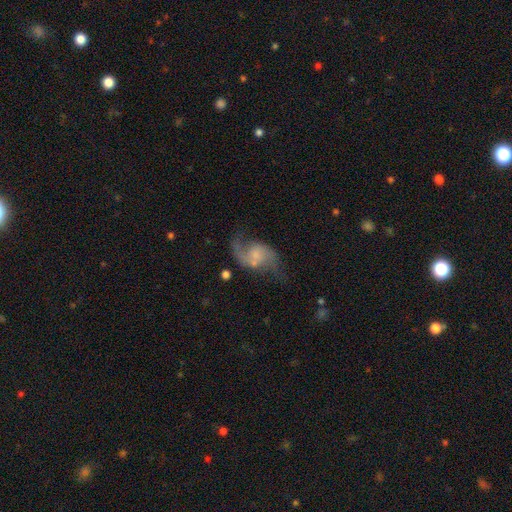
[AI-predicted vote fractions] Q: Smooth or featured?
A: featured or disk (82%); runner-up: smooth (11%)
Q: Edge-on disk?
A: no (97%); runner-up: yes (3%)
Q: Bar?
A: no (57%); runner-up: weak (36%)
Q: Spiral arms?
A: yes (95%); runner-up: no (5%)
Q: Spiral winding?
A: loose (67%); runner-up: medium (27%)
Q: Spiral arm count?
A: 2 (90%); runner-up: 1 (4%)
Q: Bulge size?
A: small (41%); runner-up: none (28%)
Q: Merging?
A: none (61%); runner-up: minor disturbance (19%)